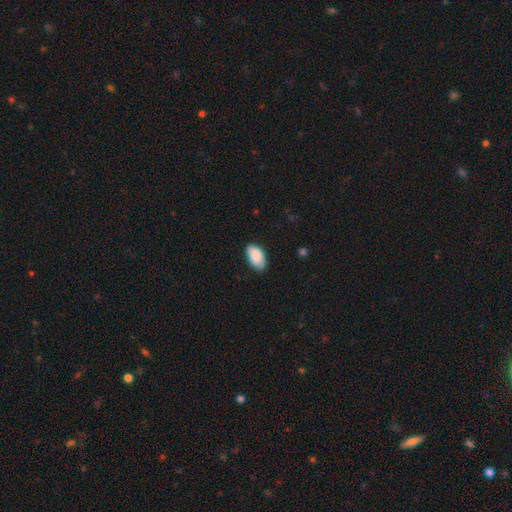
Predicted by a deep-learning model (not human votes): Smooth or featured?
  - smooth: 88% *
  - star or artifact: 6%
  - featured or disk: 5%
How rounded?
  - in between: 95% *
  - round: 3%
  - cigar-shaped: 2%
Merging?
  - none: 75% *
  - minor disturbance: 21%
  - major disturbance: 3%
  - merger: 1%